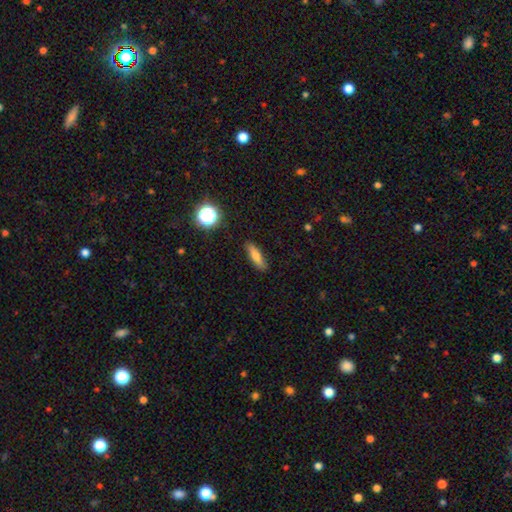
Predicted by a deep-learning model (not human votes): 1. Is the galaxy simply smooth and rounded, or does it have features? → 68% smooth, 22% featured or disk, 9% star or artifact.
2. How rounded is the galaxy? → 64% cigar-shaped, 32% in between, 4% round.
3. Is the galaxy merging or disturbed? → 86% none, 10% minor disturbance, 2% major disturbance, 1% merger.